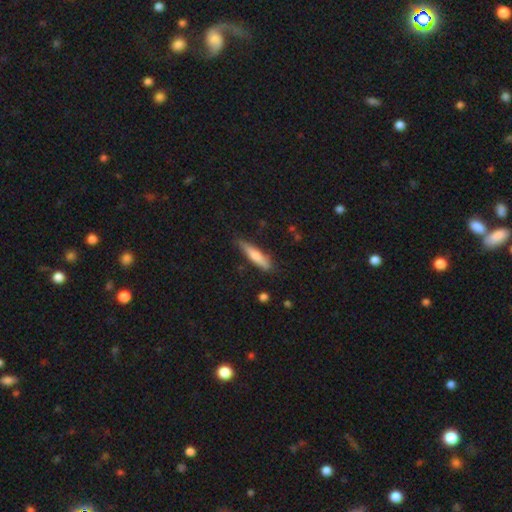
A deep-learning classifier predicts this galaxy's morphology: Smooth or featured?
  - smooth: 62% *
  - featured or disk: 32%
  - star or artifact: 6%
How rounded?
  - cigar-shaped: 83% *
  - in between: 15%
  - round: 2%
Merging?
  - none: 80% *
  - minor disturbance: 15%
  - major disturbance: 3%
  - merger: 2%